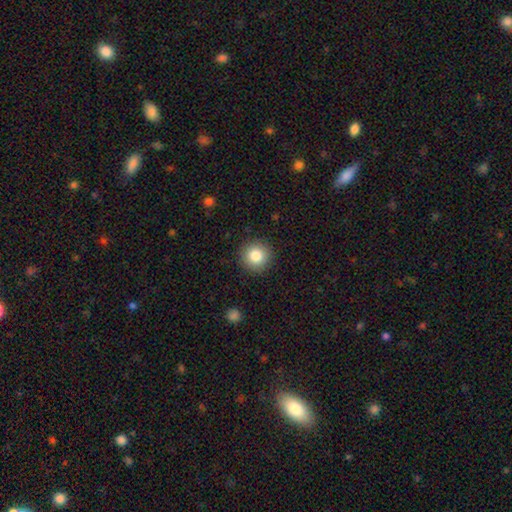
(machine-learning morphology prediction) smooth-or-featured: smooth: 83% | star or artifact: 10% | featured or disk: 8%
  how-rounded: round: 95% | in between: 4% | cigar-shaped: 1%
  merging: none: 91% | minor disturbance: 6% | major disturbance: 2% | merger: 1%